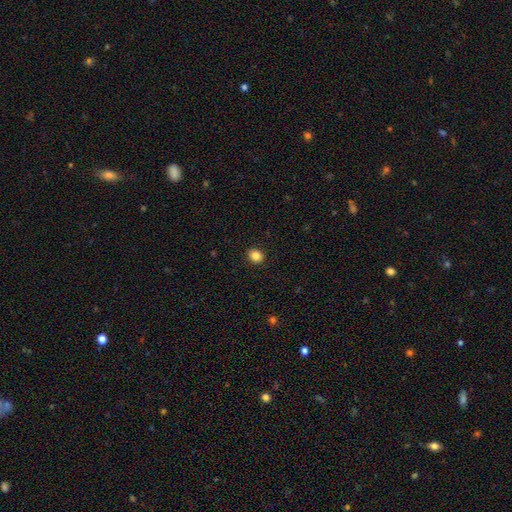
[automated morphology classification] This appears to be a smooth galaxy with no disk features (85%) that is round (65%). Merging: none (91%).